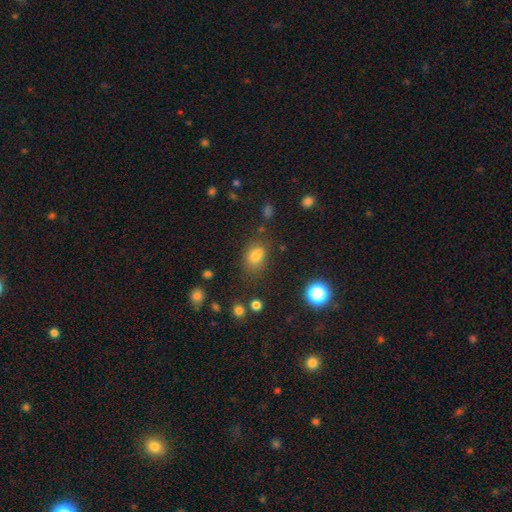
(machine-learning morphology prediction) smooth_or_featured: smooth (p=0.71) [alt: star or artifact p=0.18]
how_rounded: in between (p=0.59) [alt: round p=0.39]
merging: none (p=0.57) [alt: merger p=0.21]